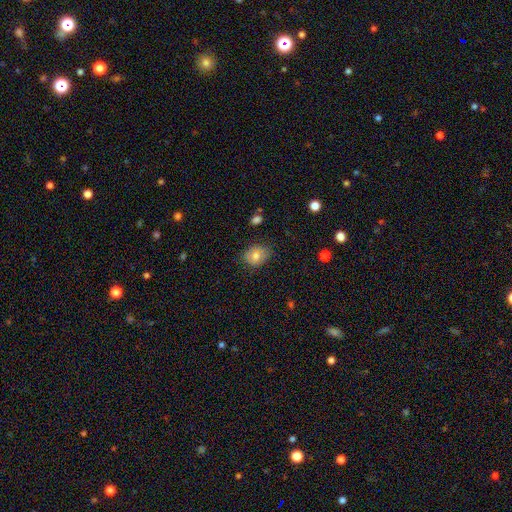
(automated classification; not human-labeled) Smooth or featured? Predicted: smooth (p=0.76). How rounded? Predicted: in between (p=0.53). Merging? Predicted: none (p=0.78).